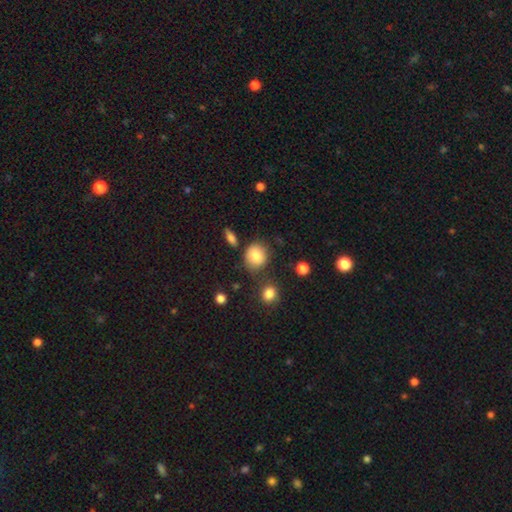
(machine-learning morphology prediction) The model was most divided on "merging": none: 71%, minor disturbance: 17%, merger: 7%, major disturbance: 5%. More confident: smooth or featured — smooth (82%); how rounded — round (77%).